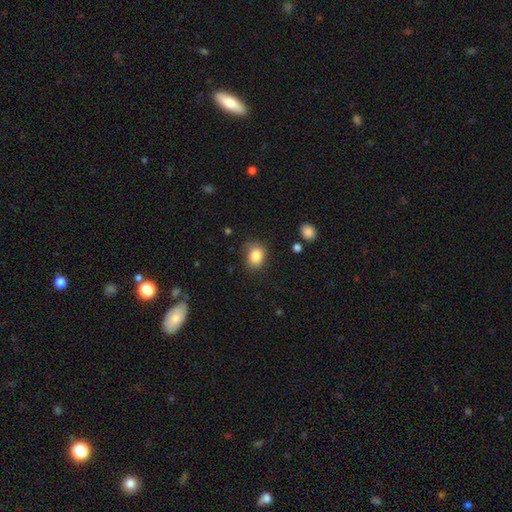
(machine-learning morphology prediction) smooth 85%, star or artifact 9%, featured or disk 6%. Down the decision tree: how rounded — round (51%); merging — none (77%).